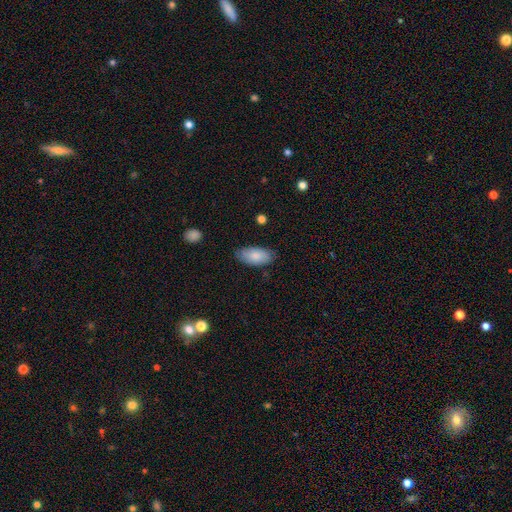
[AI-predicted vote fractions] Smooth or featured? smooth (83%)
How rounded? in between (92%)
Merging? none (79%)